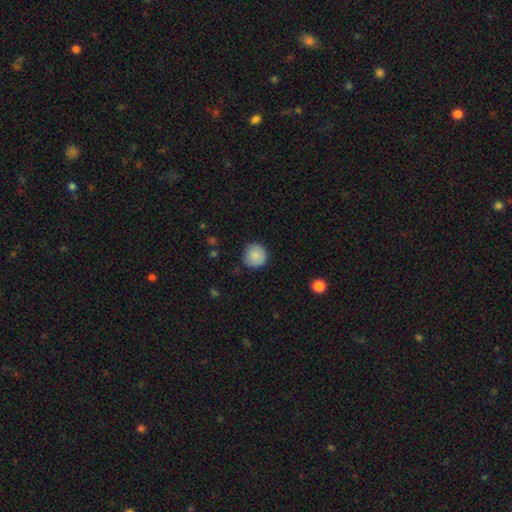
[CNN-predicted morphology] Smooth or featured? Predicted: smooth (p=0.87). How rounded? Predicted: round (p=0.95). Merging? Predicted: none (p=0.89).